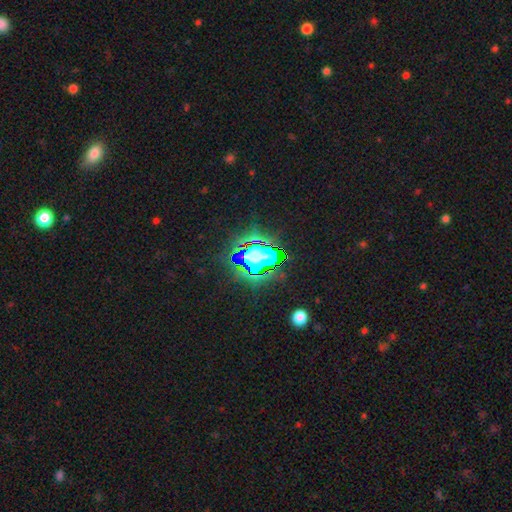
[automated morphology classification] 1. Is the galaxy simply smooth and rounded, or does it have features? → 57% star or artifact, 25% smooth, 18% featured or disk.